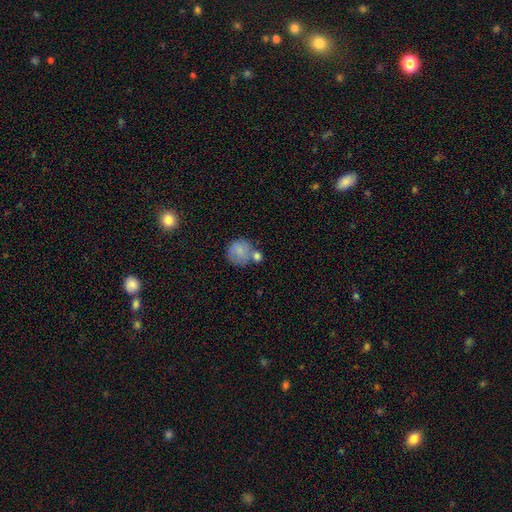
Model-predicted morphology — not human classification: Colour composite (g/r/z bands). It shows a smooth galaxy with no disk features (73%) that is round (85%). Merging: none (50%).